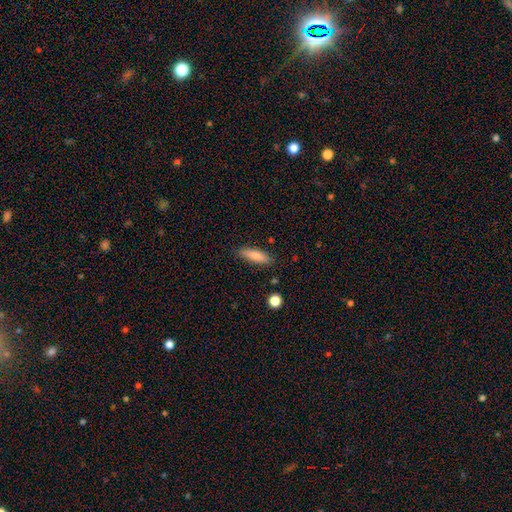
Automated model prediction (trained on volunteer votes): A smooth galaxy with no disk features (82%) that is cigar-shaped (60%). Merging: none (83%).